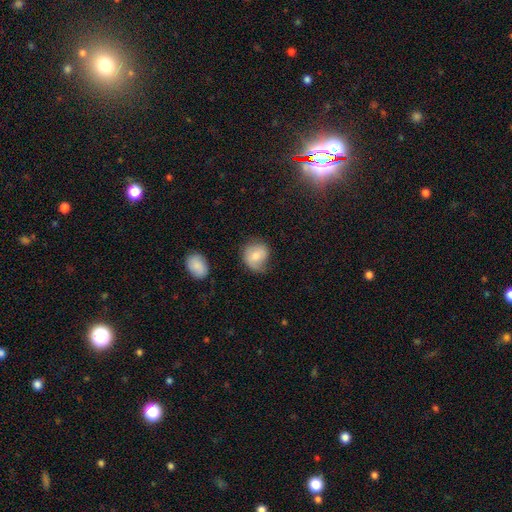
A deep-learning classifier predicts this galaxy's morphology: The model was most divided on "merging": none: 49%, minor disturbance: 34%, major disturbance: 15%, merger: 2%. More confident: how rounded — round (70%); smooth or featured — smooth (68%).